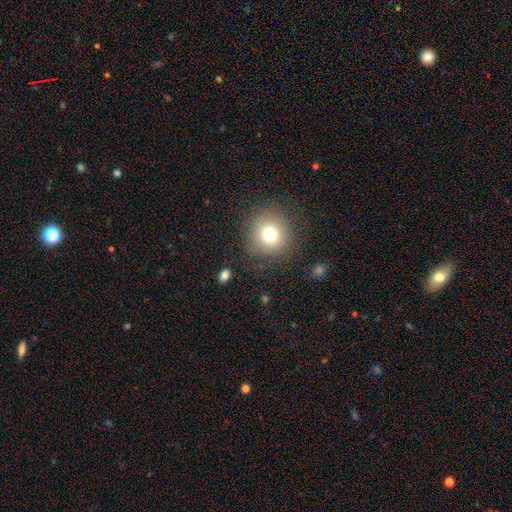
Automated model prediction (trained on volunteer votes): Smooth or featured: smooth — 67% (star or artifact — 24%)
How rounded: round — 94% (in between — 5%)
Merging: none — 90% (minor disturbance — 6%)